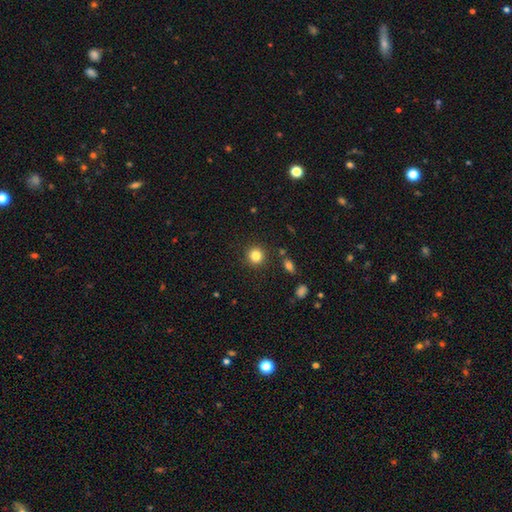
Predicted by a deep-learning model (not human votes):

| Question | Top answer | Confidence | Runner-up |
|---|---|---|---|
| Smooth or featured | smooth | 83% | star or artifact (11%) |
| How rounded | round | 92% | in between (7%) |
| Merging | none | 89% | minor disturbance (6%) |